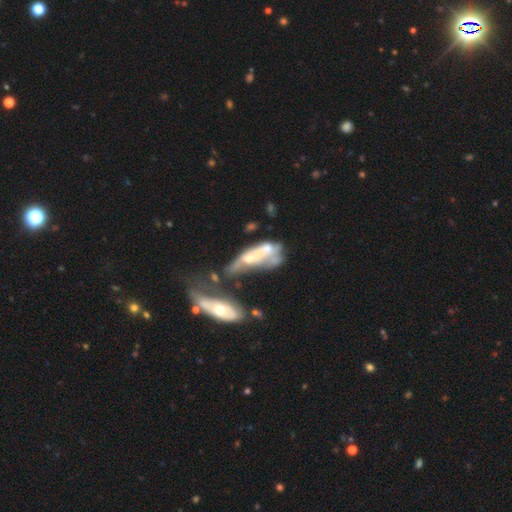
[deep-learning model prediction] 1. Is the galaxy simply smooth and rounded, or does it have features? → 54% featured or disk, 36% smooth, 10% star or artifact.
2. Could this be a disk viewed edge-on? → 80% no, 20% yes.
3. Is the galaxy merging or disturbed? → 43% merger, 28% major disturbance, 16% none, 13% minor disturbance.